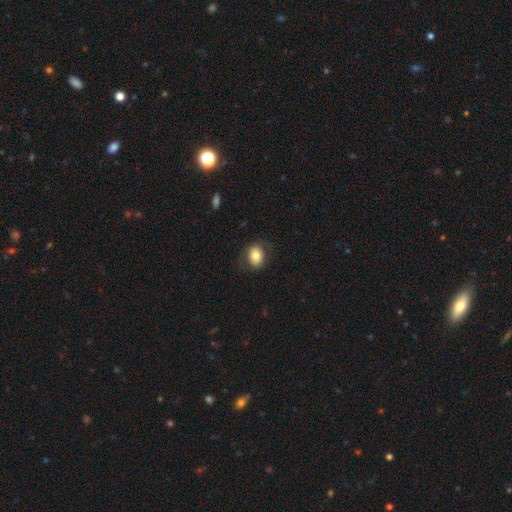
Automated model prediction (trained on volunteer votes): This appears to be a smooth galaxy with no disk features (75%) that is in between round and cigar-shaped (64%). Merging: none (79%).